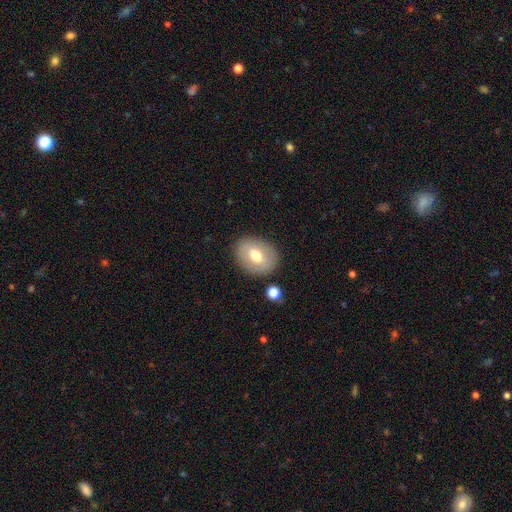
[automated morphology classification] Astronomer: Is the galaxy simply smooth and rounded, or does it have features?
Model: smooth — 62%.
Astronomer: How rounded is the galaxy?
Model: in between — 59% (runner-up: round, 40%).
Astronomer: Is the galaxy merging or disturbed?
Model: none — 84%.